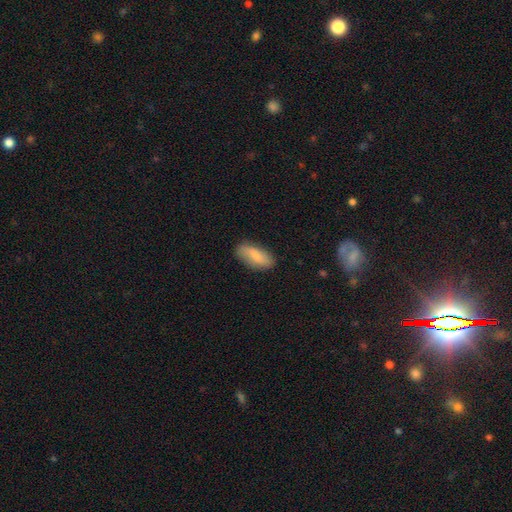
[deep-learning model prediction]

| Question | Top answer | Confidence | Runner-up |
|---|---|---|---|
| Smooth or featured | smooth | 79% | featured or disk (15%) |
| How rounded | in between | 85% | cigar-shaped (12%) |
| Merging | none | 82% | minor disturbance (14%) |